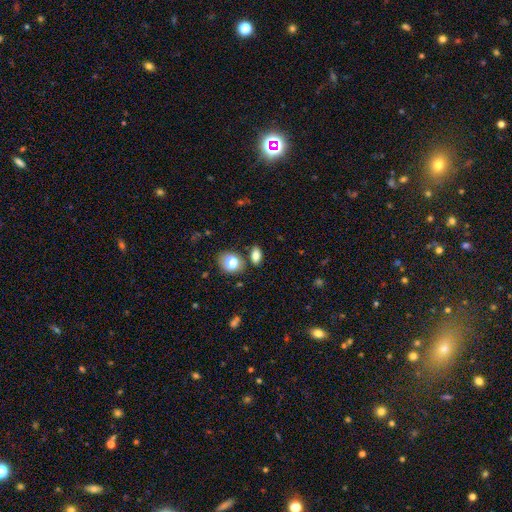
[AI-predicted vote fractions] Smooth or featured: smooth — 80% (star or artifact — 13%)
How rounded: in between — 82% (round — 16%)
Merging: none — 79% (minor disturbance — 10%)